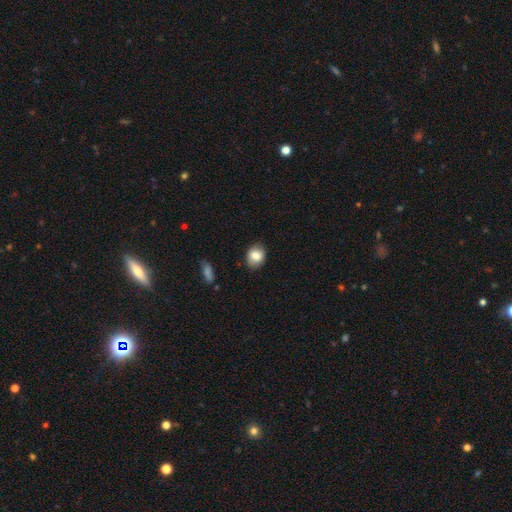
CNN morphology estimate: This is likely a smooth galaxy (80%). How rounded: likely in between (61%). Merging: clearly none (83%).